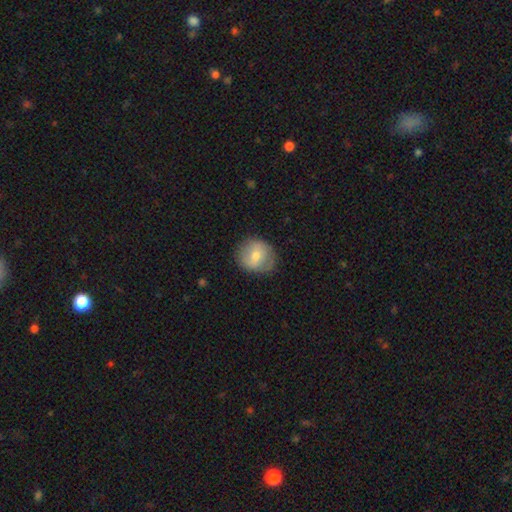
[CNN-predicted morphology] Smooth or featured? Predicted: smooth (p=0.59). How rounded? Predicted: round (p=0.85). Merging? Predicted: none (p=0.79).